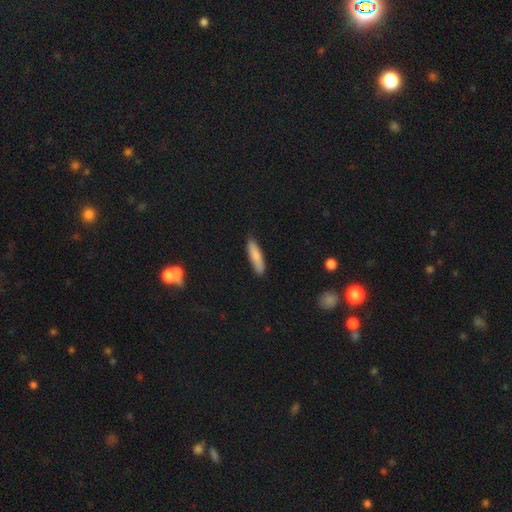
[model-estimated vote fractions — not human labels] Overall: smooth (83%). How rounded: cigar-shaped (74%). Merging: none (87%).